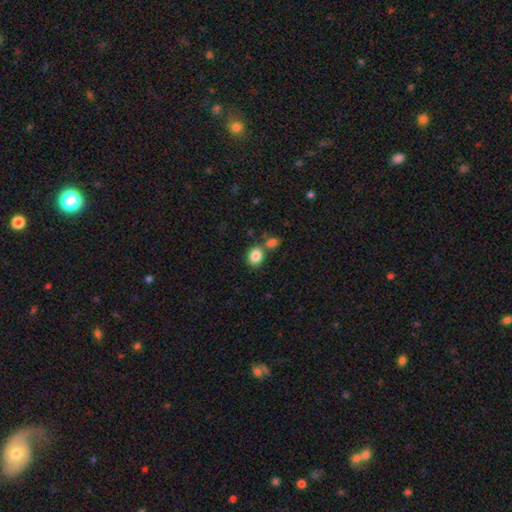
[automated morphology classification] A smooth galaxy with no disk features (85%) that is round (51%).

Vote fractions:
- Smooth or featured? smooth: 85% / star or artifact: 9% / featured or disk: 6%
- How rounded? round: 51% / in between: 48% / cigar-shaped: 1%
- Merging? none: 62% / merger: 23% / minor disturbance: 11% / major disturbance: 4%